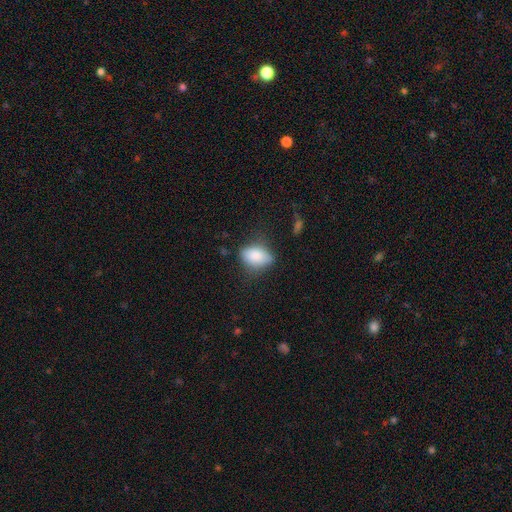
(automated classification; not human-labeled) This appears to be a smooth galaxy with no disk features (82%) that is in between round and cigar-shaped (83%). Merging: none (61%).